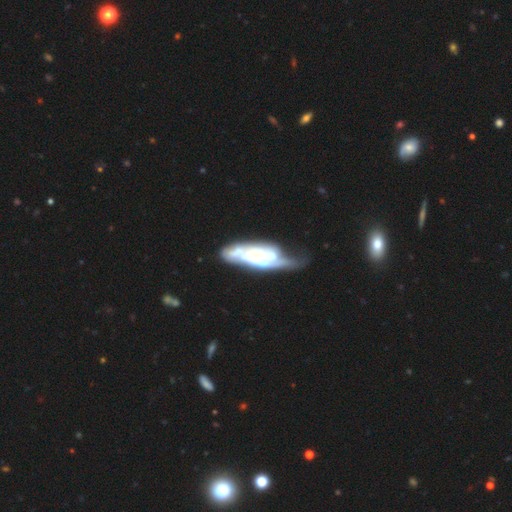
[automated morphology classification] featured or disk 72%, smooth 21%, star or artifact 7%. Down the decision tree: edge-on disk — no (81%); bar — no (70%); spiral arms — yes (54%); bulge size — small (36%); merging — none (31%).